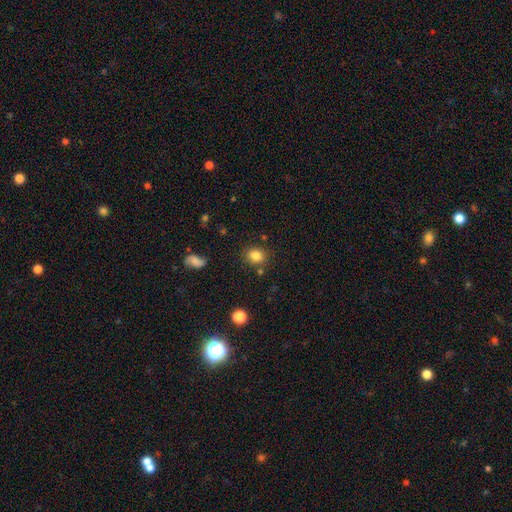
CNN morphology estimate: Smooth or featured? smooth (82%)
How rounded? round (53%)
Merging? none (79%)